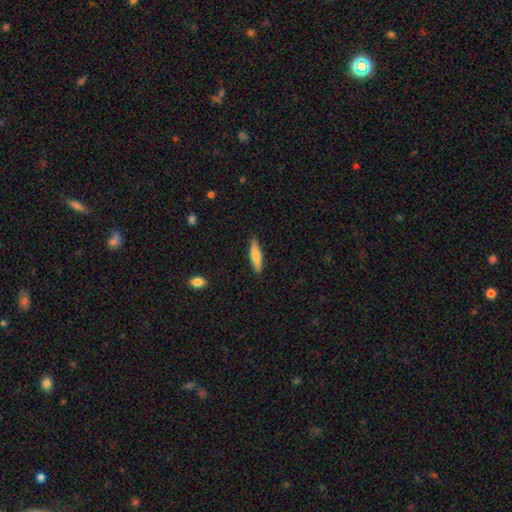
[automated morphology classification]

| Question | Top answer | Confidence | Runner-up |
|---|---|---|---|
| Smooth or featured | smooth | 74% | featured or disk (21%) |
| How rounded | cigar-shaped | 74% | in between (24%) |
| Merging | none | 86% | minor disturbance (11%) |